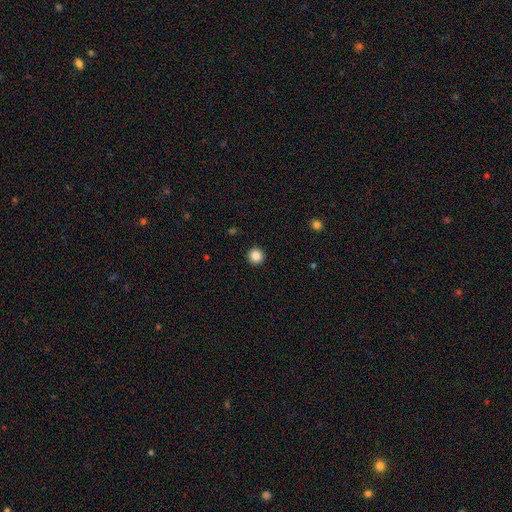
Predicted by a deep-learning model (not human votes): The model was most divided on "smooth or featured": smooth: 86%, star or artifact: 10%, featured or disk: 4%. More confident: how rounded — round (96%); merging — none (93%).